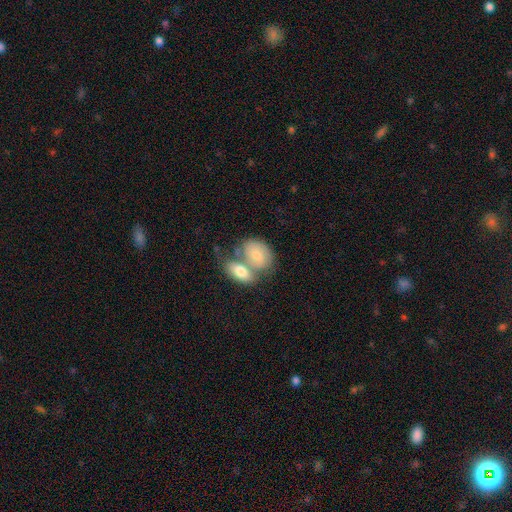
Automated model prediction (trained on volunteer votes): This is likely a smooth galaxy (70%). How rounded: clearly in between (82%). Merging: likely merger (64%).